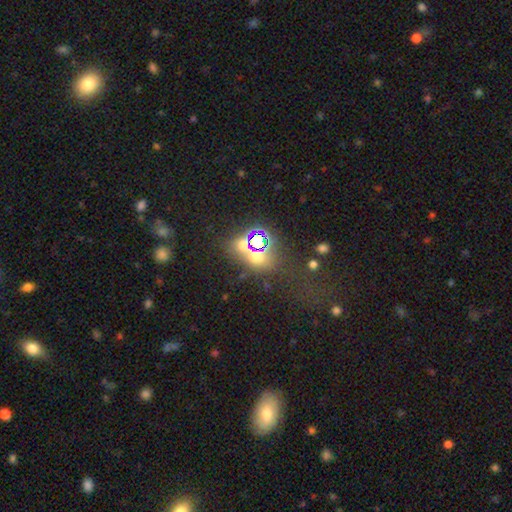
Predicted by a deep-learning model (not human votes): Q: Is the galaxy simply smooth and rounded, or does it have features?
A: star or artifact — 55%.